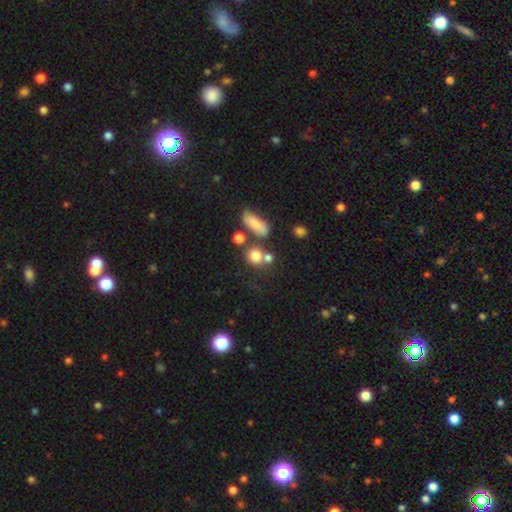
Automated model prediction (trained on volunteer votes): smooth 77%, star or artifact 13%, featured or disk 11%. Down the decision tree: how rounded — round (74%); merging — none (51%).